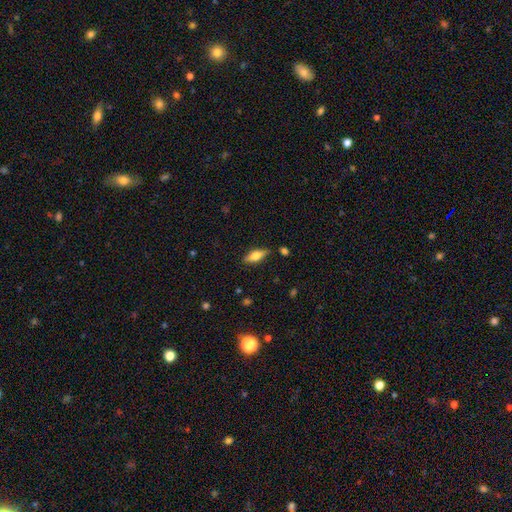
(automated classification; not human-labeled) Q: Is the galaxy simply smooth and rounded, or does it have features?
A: smooth — 57%.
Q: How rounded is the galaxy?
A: in between — 69%.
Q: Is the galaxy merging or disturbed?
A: none — 81%.